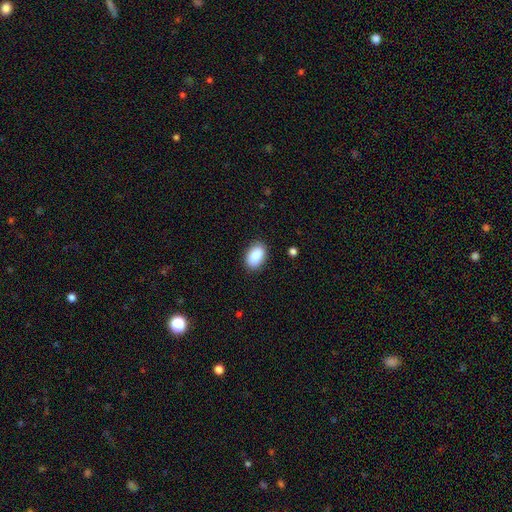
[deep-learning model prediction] Q: Smooth or featured?
A: smooth (89%); runner-up: star or artifact (7%)
Q: How rounded?
A: in between (91%); runner-up: round (7%)
Q: Merging?
A: none (88%); runner-up: minor disturbance (9%)